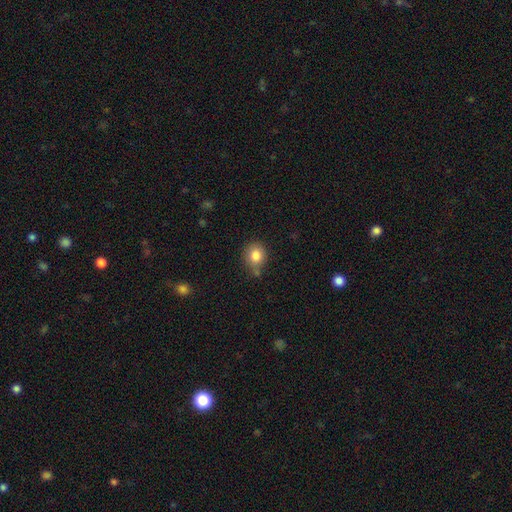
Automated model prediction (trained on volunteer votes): Smooth or featured? Predicted: smooth (p=0.84). How rounded? Predicted: round (p=0.77). Merging? Predicted: none (p=0.67).